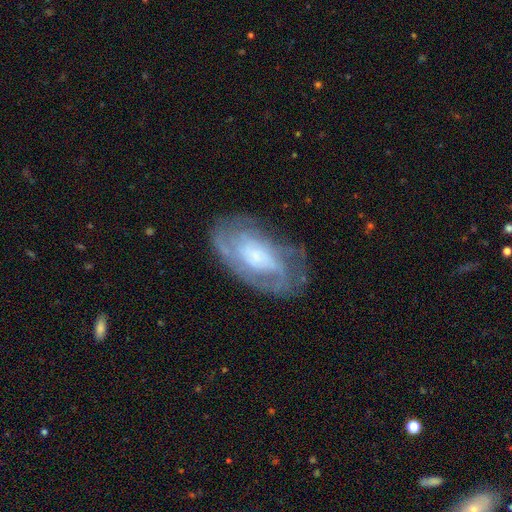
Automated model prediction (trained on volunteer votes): A featured or disk galaxy (75%) with no bar (65%), tight (51%) spiral arms (85%) and a small central bulge (35%).

Vote fractions:
- Smooth or featured? featured or disk: 75% / smooth: 18% / star or artifact: 7%
- Edge-on disk? no: 94% / yes: 6%
- Bar? no: 65% / weak: 27% / strong: 8%
- Spiral arms? yes: 85% / no: 15%
- Spiral winding? tight: 51% / medium: 36% / loose: 13%
- Spiral arm count? can't tell: 42% / 2: 30% / 3: 12% / 1: 7% / 4: 5% / more than 4: 4%
- Bulge size? small: 35% / moderate: 26% / large: 19% / none: 16% / dominant: 3%
- Merging? none: 66% / minor disturbance: 20% / major disturbance: 12% / merger: 2%